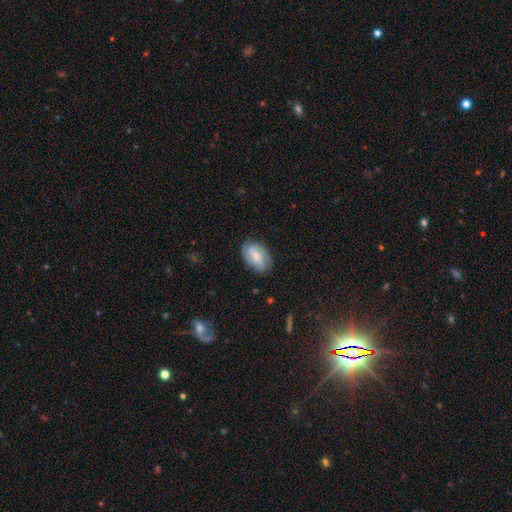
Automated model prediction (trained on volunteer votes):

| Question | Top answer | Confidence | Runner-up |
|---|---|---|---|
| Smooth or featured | smooth | 47% | featured or disk (46%) |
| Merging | none | 76% | minor disturbance (18%) |